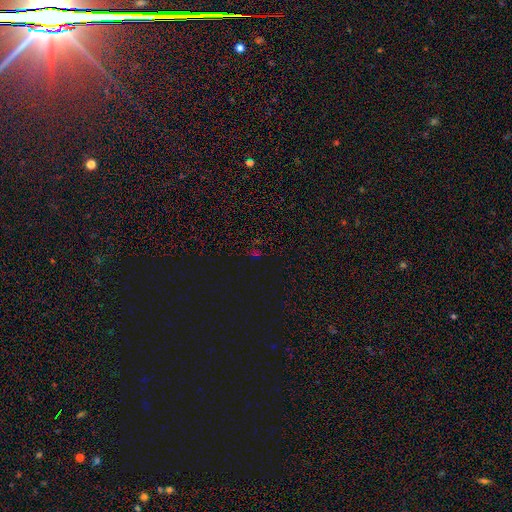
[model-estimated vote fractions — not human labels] Smooth or featured? Predicted: star or artifact (p=0.67).